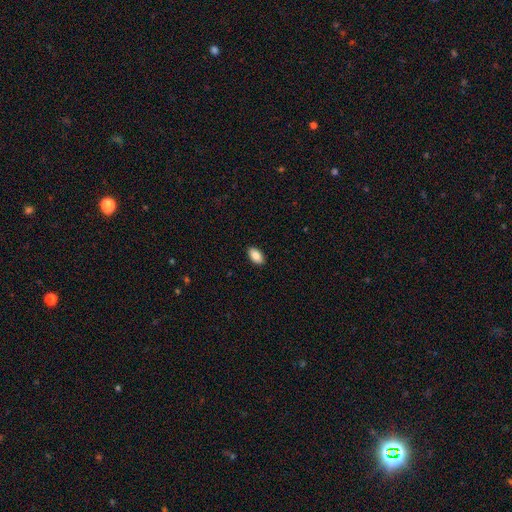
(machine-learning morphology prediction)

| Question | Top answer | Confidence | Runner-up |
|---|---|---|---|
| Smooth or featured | smooth | 85% | featured or disk (8%) |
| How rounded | in between | 94% | round (3%) |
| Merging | none | 90% | minor disturbance (7%) |